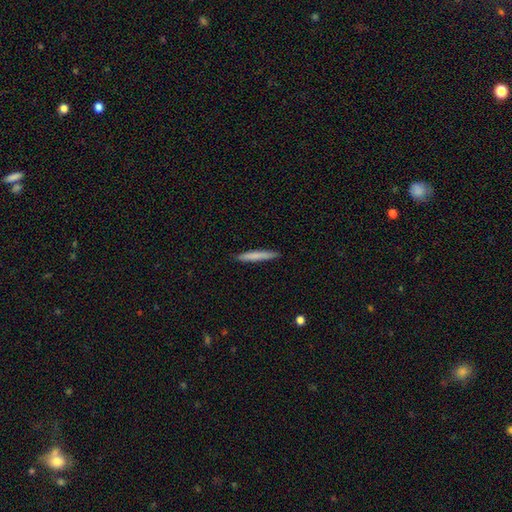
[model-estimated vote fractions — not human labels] smooth 76%, featured or disk 18%, star or artifact 6%. Down the decision tree: how rounded — cigar-shaped (95%); merging — none (90%).